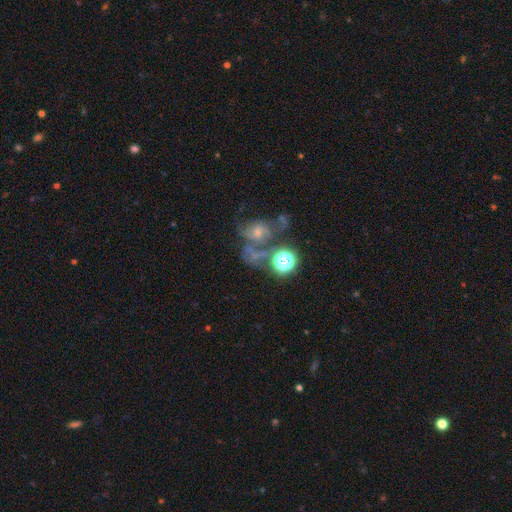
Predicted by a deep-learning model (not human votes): Smooth or featured?
  - star or artifact: 37% *
  - featured or disk: 34%
  - smooth: 29%